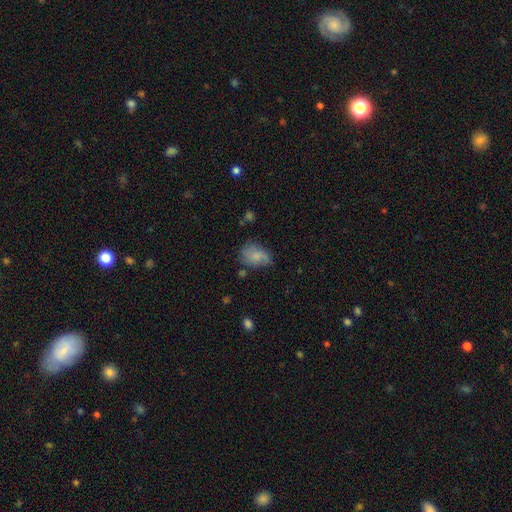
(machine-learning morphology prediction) Smooth or featured: smooth — 68% (featured or disk — 23%)
How rounded: in between — 80% (round — 18%)
Merging: none — 51% (minor disturbance — 32%)